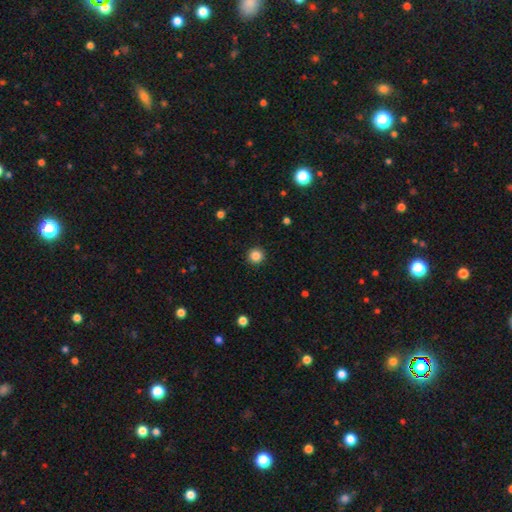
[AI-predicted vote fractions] Smooth or featured: smooth — 86% (star or artifact — 11%)
How rounded: round — 96% (in between — 3%)
Merging: none — 92% (minor disturbance — 5%)